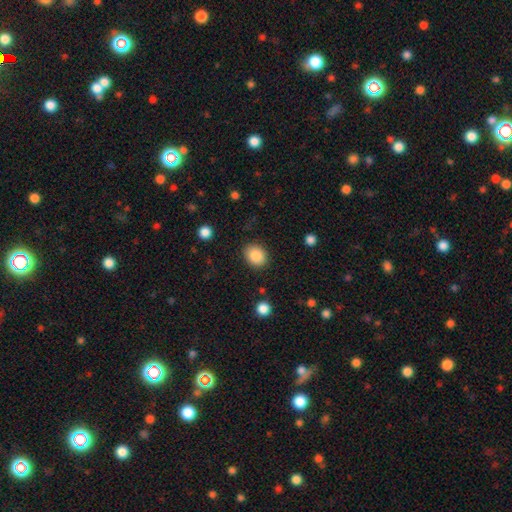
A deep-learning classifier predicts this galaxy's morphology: smooth_or_featured: smooth (p=0.87) [alt: star or artifact p=0.08]
how_rounded: round (p=0.57) [alt: in between p=0.42]
merging: none (p=0.86) [alt: minor disturbance p=0.09]